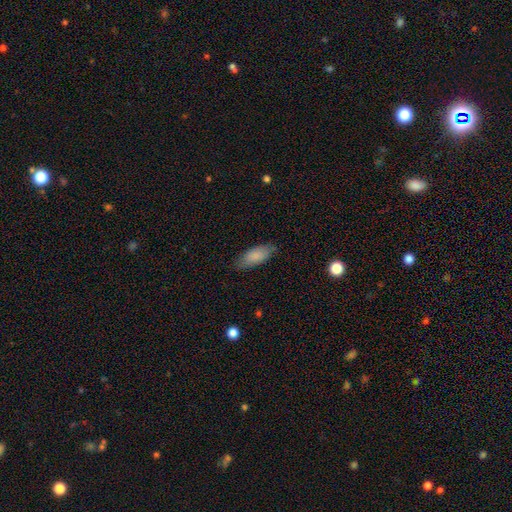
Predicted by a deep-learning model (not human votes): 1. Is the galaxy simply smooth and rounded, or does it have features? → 85% smooth, 9% featured or disk, 6% star or artifact.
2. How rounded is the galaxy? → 80% in between, 18% cigar-shaped, 2% round.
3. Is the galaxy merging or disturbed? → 79% none, 16% minor disturbance, 3% major disturbance, 1% merger.